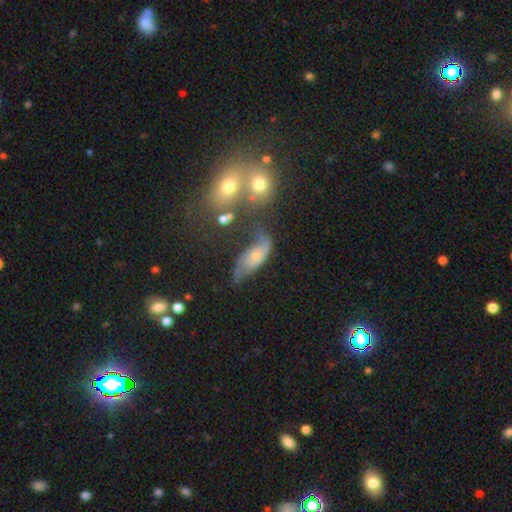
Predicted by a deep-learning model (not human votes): smooth_or_featured: featured or disk (p=0.57) [alt: smooth p=0.34]
disk_edge_on: no (p=0.90) [alt: yes p=0.10]
bar: no (p=0.71) [alt: weak p=0.23]
has_spiral_arms: yes (p=0.80) [alt: no p=0.20]
bulge_size: small (p=0.52) [alt: moderate p=0.40]
merging: none (p=0.40) [alt: minor disturbance p=0.27]